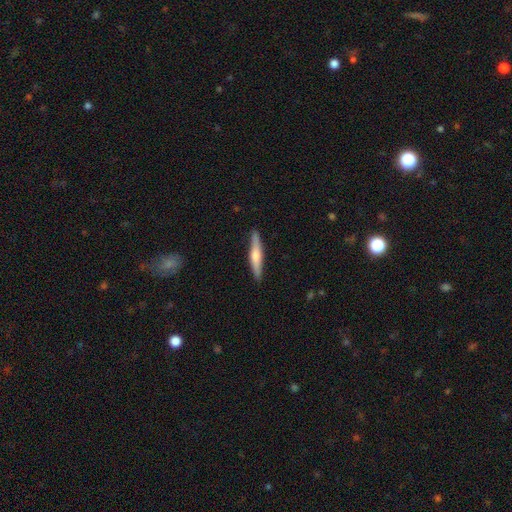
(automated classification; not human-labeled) This appears to be a featured or disk galaxy (55%) viewed edge-on (96%) with a rounded central bulge (83%). Merging: none (89%).